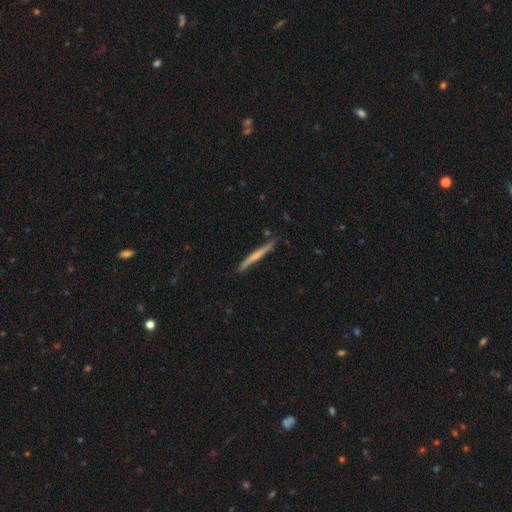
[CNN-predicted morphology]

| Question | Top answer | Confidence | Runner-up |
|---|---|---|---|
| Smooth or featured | featured or disk | 50% | smooth (45%) |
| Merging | none | 85% | minor disturbance (12%) |